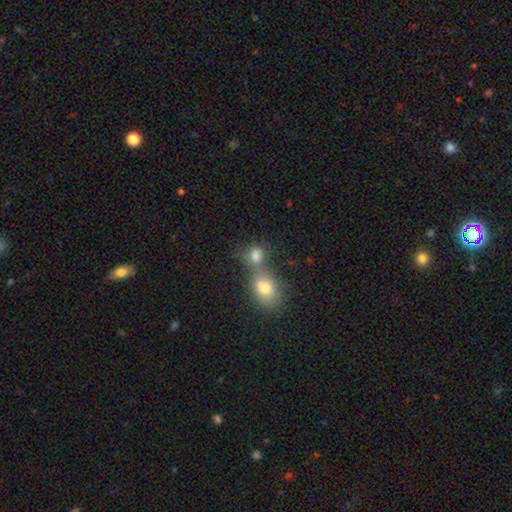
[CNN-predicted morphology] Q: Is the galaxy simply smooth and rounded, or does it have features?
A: smooth — 77%.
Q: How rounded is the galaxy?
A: round — 58%.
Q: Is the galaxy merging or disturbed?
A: merger — 60%.